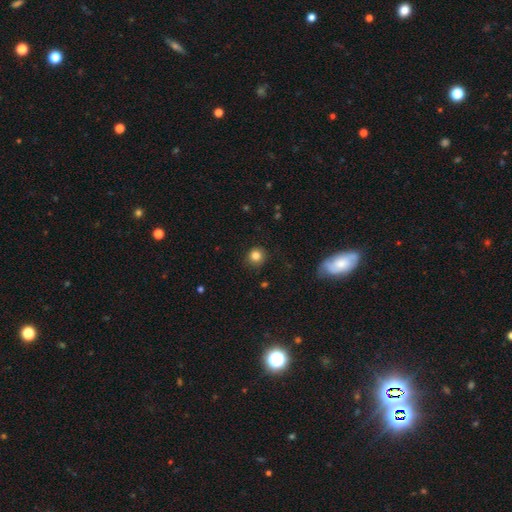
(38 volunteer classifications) Smooth or featured: smooth — 82% (featured or disk — 16%)
How rounded: round — 97% (in between — 3%)
Merging: none — 84% (minor disturbance — 14%)